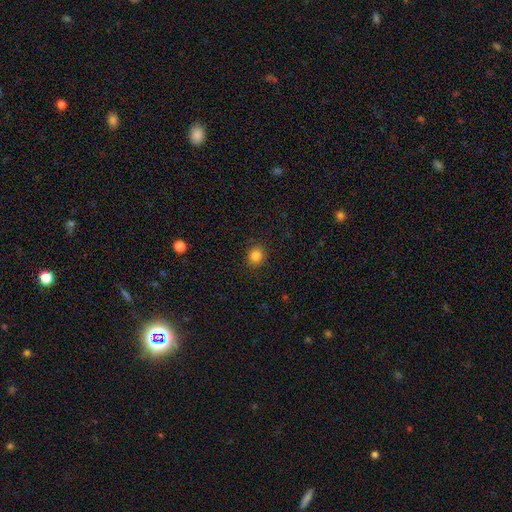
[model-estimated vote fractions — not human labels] Q: Smooth or featured?
A: smooth (84%); runner-up: star or artifact (11%)
Q: How rounded?
A: round (82%); runner-up: in between (17%)
Q: Merging?
A: none (90%); runner-up: minor disturbance (7%)